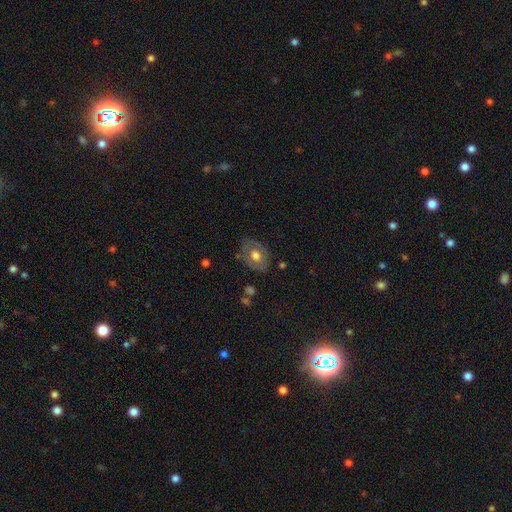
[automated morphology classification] Smooth or featured?
  - smooth: 52% *
  - featured or disk: 41%
  - star or artifact: 7%
How rounded?
  - in between: 67% *
  - round: 32%
  - cigar-shaped: 1%
Merging?
  - none: 73% *
  - minor disturbance: 19%
  - major disturbance: 6%
  - merger: 2%